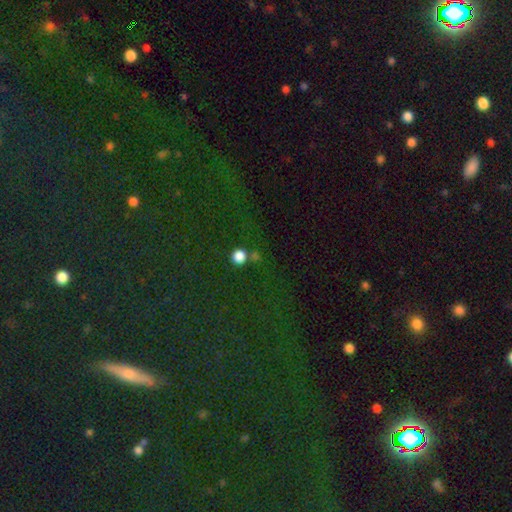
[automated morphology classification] Smooth or featured?
  - star or artifact: 64% *
  - smooth: 20%
  - featured or disk: 16%